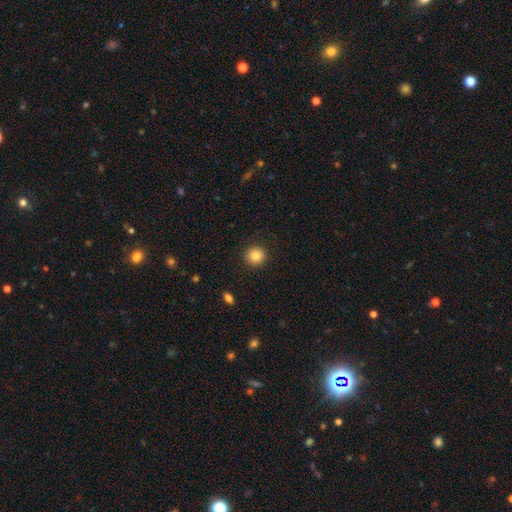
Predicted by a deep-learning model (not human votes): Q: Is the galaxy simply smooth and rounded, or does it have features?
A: smooth — 86%.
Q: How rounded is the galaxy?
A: round — 92%.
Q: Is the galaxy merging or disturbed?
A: none — 91%.